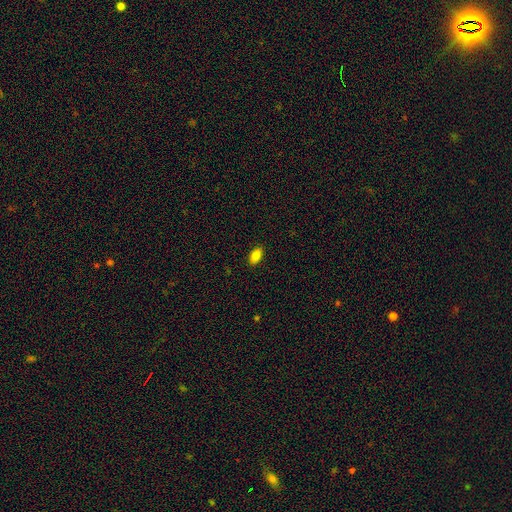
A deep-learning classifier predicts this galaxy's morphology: smooth-or-featured: smooth: 86% | star or artifact: 9% | featured or disk: 5%
  how-rounded: in between: 92% | round: 4% | cigar-shaped: 4%
  merging: none: 89% | minor disturbance: 8% | major disturbance: 2% | merger: 1%